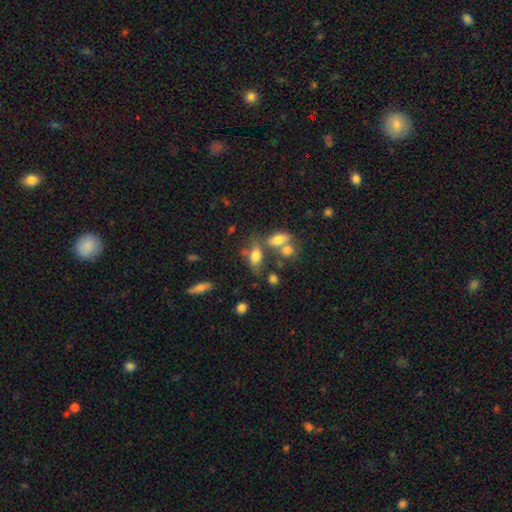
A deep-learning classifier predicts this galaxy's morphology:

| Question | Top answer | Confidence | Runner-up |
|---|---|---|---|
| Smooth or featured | smooth | 75% | featured or disk (14%) |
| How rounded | in between | 85% | round (8%) |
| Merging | none | 48% | merger (26%) |